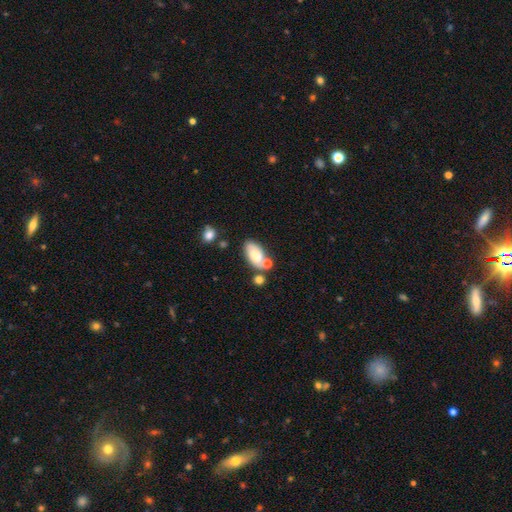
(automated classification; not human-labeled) Smooth or featured? Predicted: smooth (p=0.60). How rounded? Predicted: in between (p=0.92). Merging? Predicted: none (p=0.49).